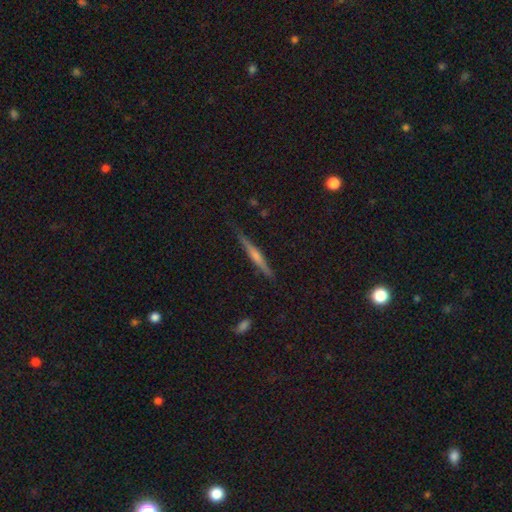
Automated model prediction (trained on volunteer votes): smooth-or-featured: featured or disk: 62% | smooth: 31% | star or artifact: 8%
  disk-edge-on: yes: 97% | no: 3%
    edge-on-bulge: rounded: 61% | none: 28% | boxy: 11%
  merging: none: 85% | minor disturbance: 12% | major disturbance: 2% | merger: 1%